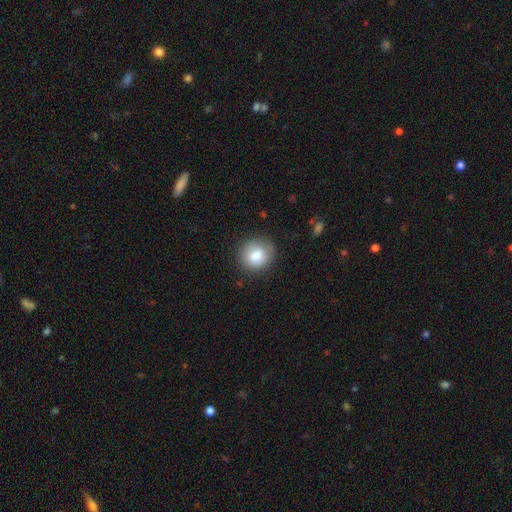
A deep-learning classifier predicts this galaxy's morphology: type=smooth (81%); roundness=round (84%); merging=none (83%).